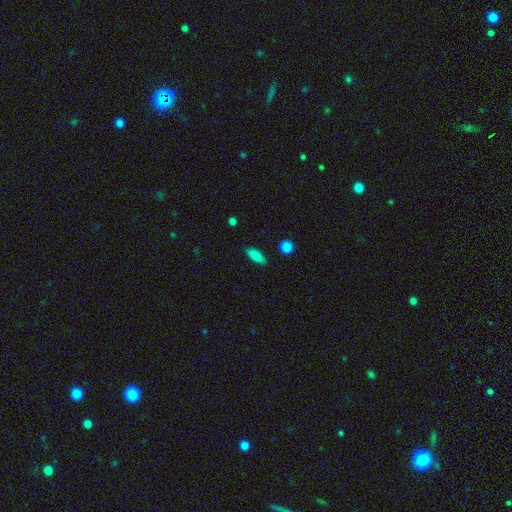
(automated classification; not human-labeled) Smooth or featured? Predicted: smooth (p=0.80). How rounded? Predicted: in between (p=0.66). Merging? Predicted: none (p=0.86).